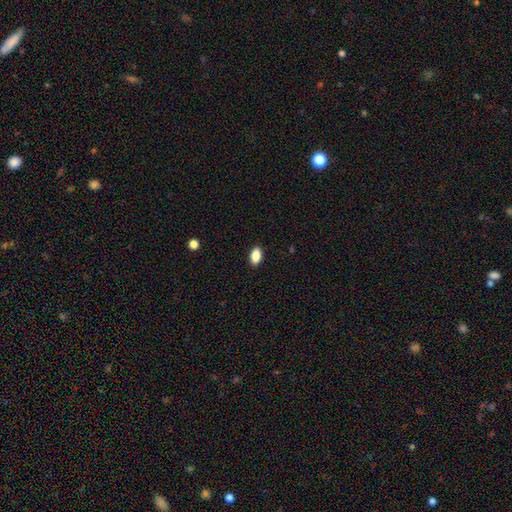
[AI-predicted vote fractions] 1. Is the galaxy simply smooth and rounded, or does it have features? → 88% smooth, 8% star or artifact, 4% featured or disk.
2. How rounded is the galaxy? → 91% in between, 6% round, 3% cigar-shaped.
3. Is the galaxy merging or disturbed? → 90% none, 7% minor disturbance, 2% major disturbance, 1% merger.